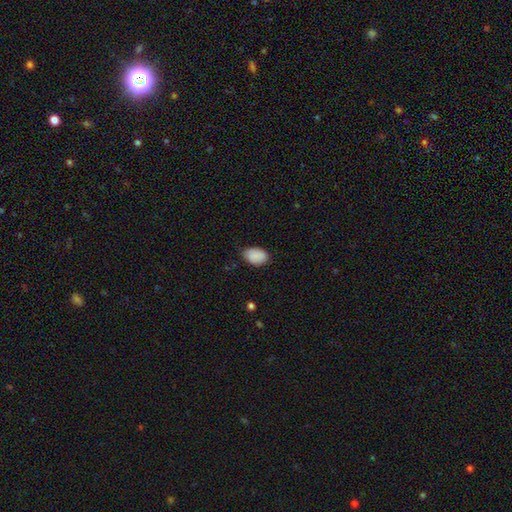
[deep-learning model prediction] smooth_or_featured: smooth (p=0.88) [alt: star or artifact p=0.07]
how_rounded: in between (p=0.86) [alt: round p=0.13]
merging: none (p=0.71) [alt: minor disturbance p=0.25]